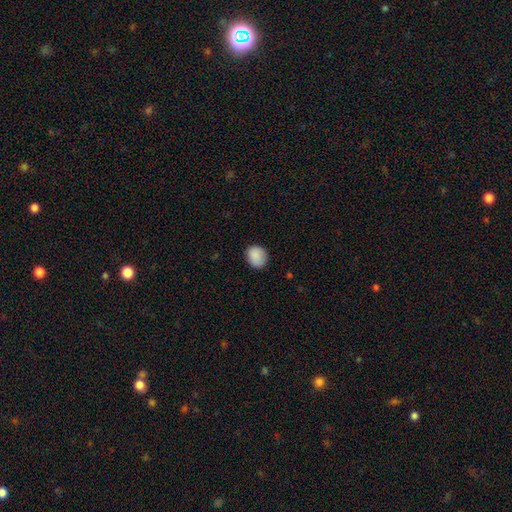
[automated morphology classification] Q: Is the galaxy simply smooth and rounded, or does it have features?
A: smooth — 88%.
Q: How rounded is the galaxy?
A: round — 66%.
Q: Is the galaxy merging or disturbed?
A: none — 82%.